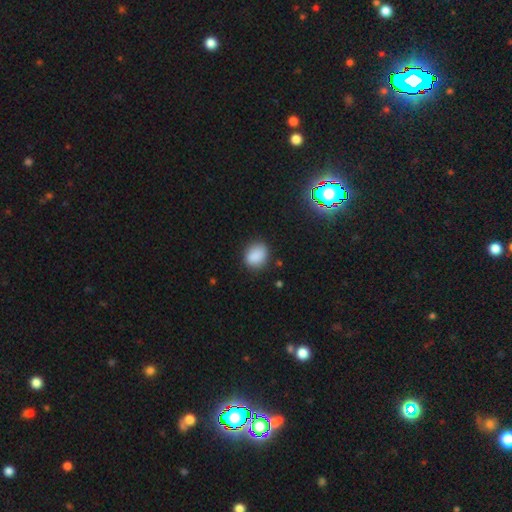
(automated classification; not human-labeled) Smooth or featured?
  - smooth: 86% *
  - star or artifact: 9%
  - featured or disk: 4%
How rounded?
  - round: 53% *
  - in between: 46%
  - cigar-shaped: 1%
Merging?
  - none: 81% *
  - minor disturbance: 14%
  - major disturbance: 4%
  - merger: 2%